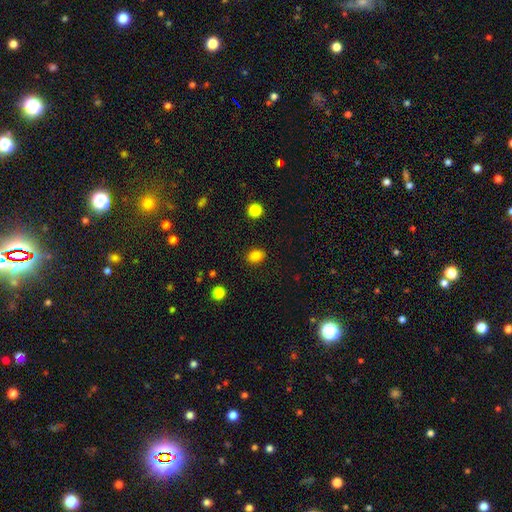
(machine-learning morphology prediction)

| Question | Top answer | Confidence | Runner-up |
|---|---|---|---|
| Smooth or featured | smooth | 86% | star or artifact (11%) |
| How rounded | in between | 67% | round (32%) |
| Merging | none | 88% | minor disturbance (8%) |